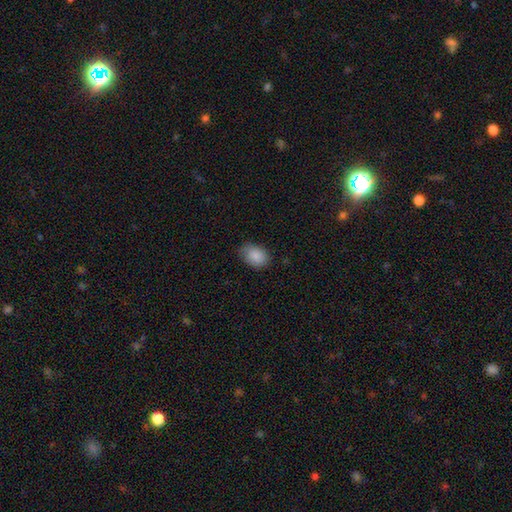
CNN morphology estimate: A smooth galaxy with no disk features (88%) that is in between round and cigar-shaped (77%).

Vote fractions:
- Smooth or featured? smooth: 88% / star or artifact: 7% / featured or disk: 5%
- How rounded? in between: 77% / round: 22% / cigar-shaped: 1%
- Merging? none: 73% / minor disturbance: 23% / major disturbance: 4% / merger: 1%